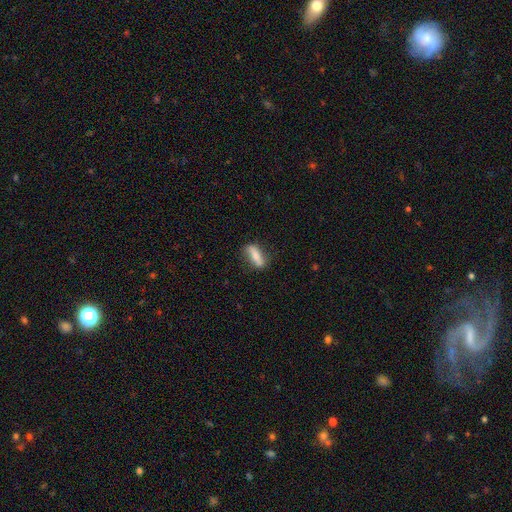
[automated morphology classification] smooth-or-featured: smooth: 62% | featured or disk: 31% | star or artifact: 7%
  how-rounded: cigar-shaped: 53% | in between: 44% | round: 4%
  merging: none: 75% | minor disturbance: 18% | major disturbance: 5% | merger: 2%